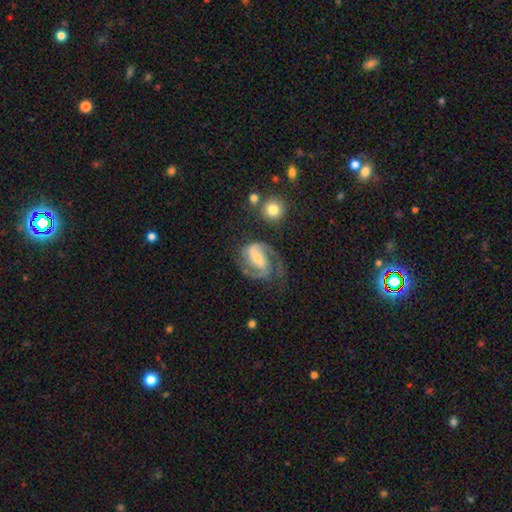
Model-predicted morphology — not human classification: This appears to be a featured or disk galaxy (89%) with a weak bar (42%), 2 (88%) medium (54%) spiral arms (98%) and a moderate central bulge (45%). Merging: none (68%).